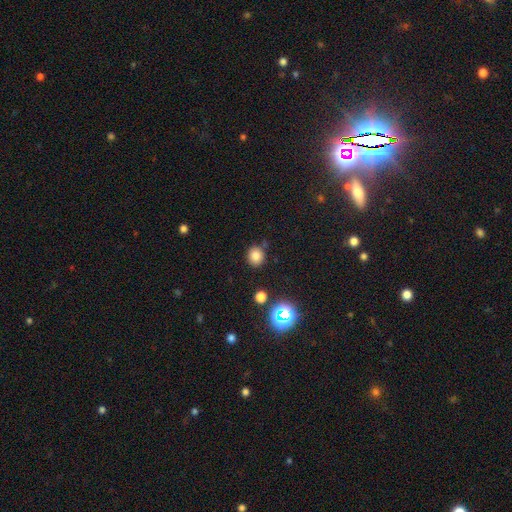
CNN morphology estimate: This appears to be a smooth galaxy with no disk features (79%) that is round (84%). Merging: none (81%).